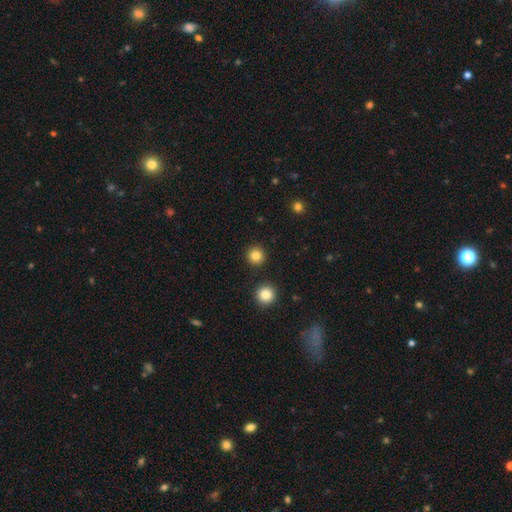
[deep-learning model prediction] Smooth or featured? smooth (83%)
How rounded? round (95%)
Merging? none (91%)